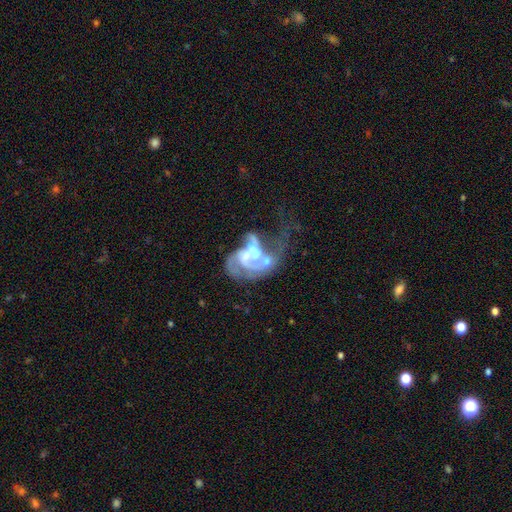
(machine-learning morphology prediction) A featured or disk galaxy (76%) with no bar (63%), 2 (33%) medium (39%) spiral arms (71%) and a moderate central bulge (40%). Merging: merger (43%).